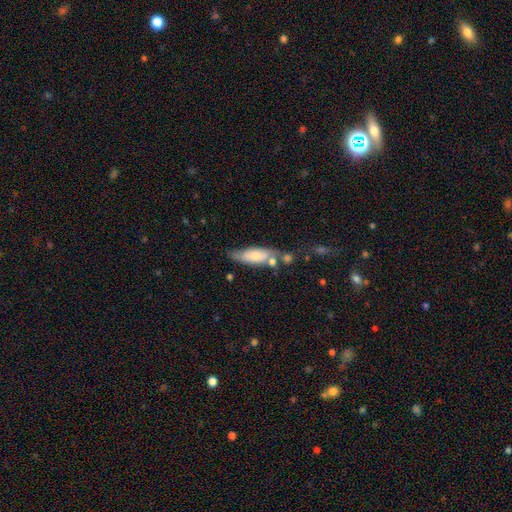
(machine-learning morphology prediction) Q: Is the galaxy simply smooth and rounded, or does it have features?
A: smooth — 61%.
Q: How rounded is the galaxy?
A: in between — 57%.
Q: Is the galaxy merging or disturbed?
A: none — 49%.